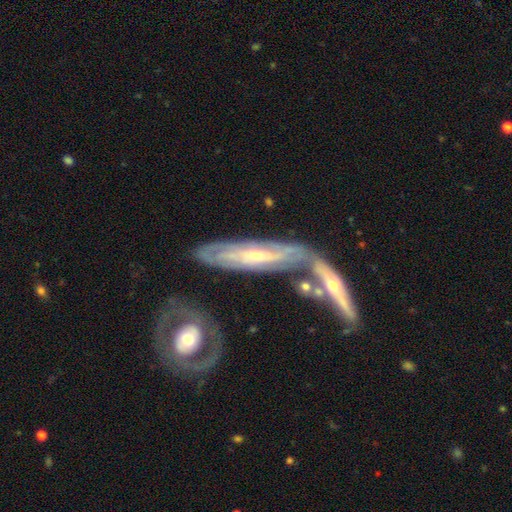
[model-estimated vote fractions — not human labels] Smooth or featured: featured or disk — 78% (smooth — 16%)
Edge-on disk: no — 67% (yes — 33%)
Bar: no — 58% (weak — 29%)
Spiral arms: yes — 85% (no — 15%)
Bulge size: small — 61% (moderate — 34%)
Merging: none — 57% (merger — 19%)